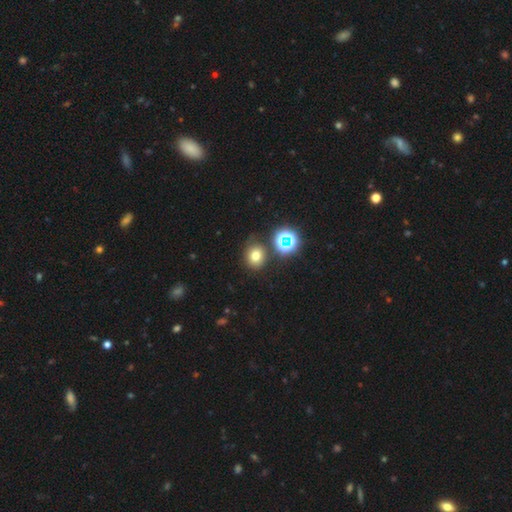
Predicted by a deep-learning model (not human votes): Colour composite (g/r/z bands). It shows a smooth galaxy with no disk features (69%) that is round (72%). Merging: none (74%).